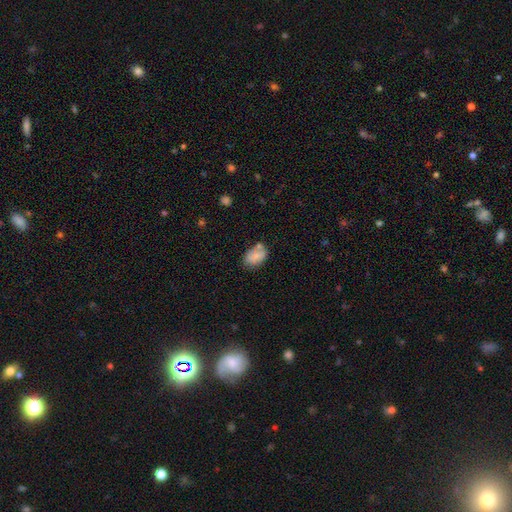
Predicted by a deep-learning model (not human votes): Smooth or featured: smooth — 70% (featured or disk — 22%)
How rounded: in between — 87% (round — 12%)
Merging: none — 58% (minor disturbance — 22%)